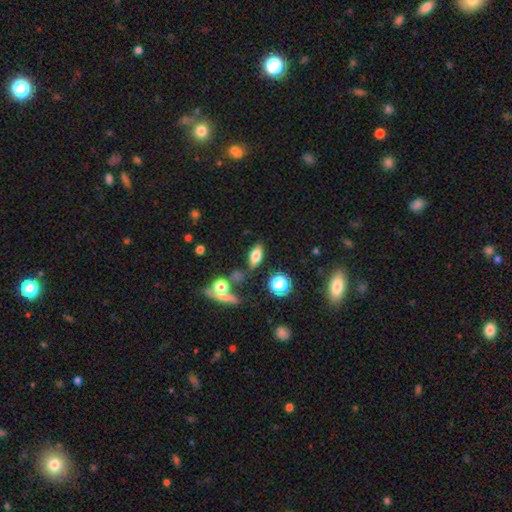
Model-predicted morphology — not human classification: Q: Smooth or featured?
A: smooth (66%); runner-up: featured or disk (21%)
Q: How rounded?
A: in between (76%); runner-up: cigar-shaped (16%)
Q: Merging?
A: none (75%); runner-up: minor disturbance (12%)